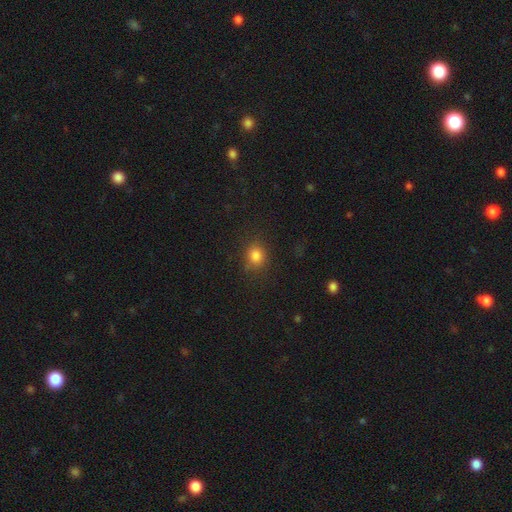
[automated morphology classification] Smooth or featured: smooth — 81% (star or artifact — 14%)
How rounded: round — 76% (in between — 23%)
Merging: none — 82% (minor disturbance — 12%)